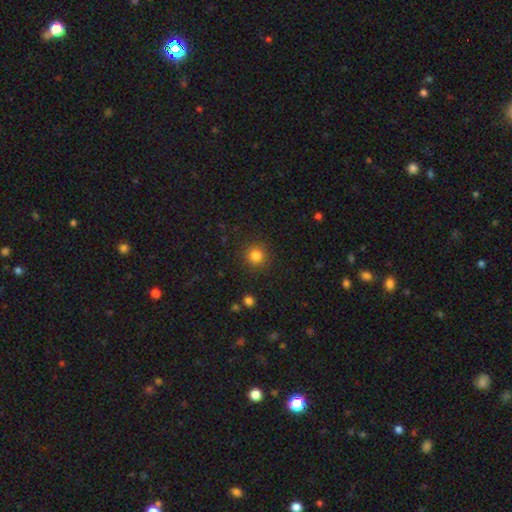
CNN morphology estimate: smooth_or_featured: smooth (p=0.82) [alt: star or artifact p=0.13]
how_rounded: round (p=0.93) [alt: in between p=0.06]
merging: none (p=0.90) [alt: minor disturbance p=0.06]